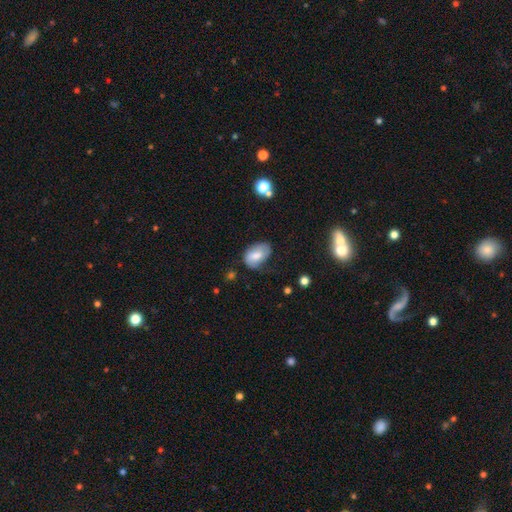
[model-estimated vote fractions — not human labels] This is likely a smooth galaxy (70%). How rounded: clearly in between (86%). Merging: possibly none (52%).